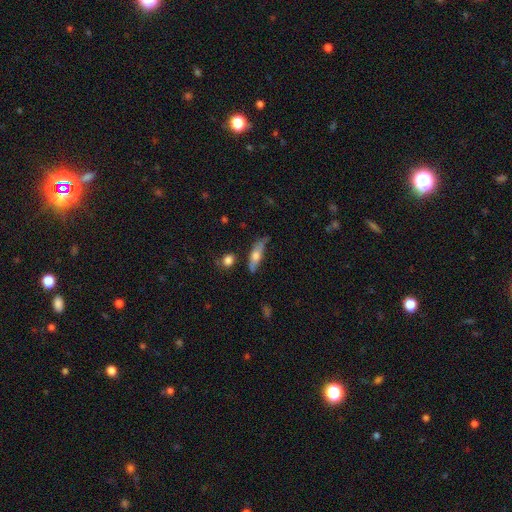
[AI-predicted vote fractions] Morphology: type=smooth (56%); roundness=cigar-shaped (55%); merging=none (57%).